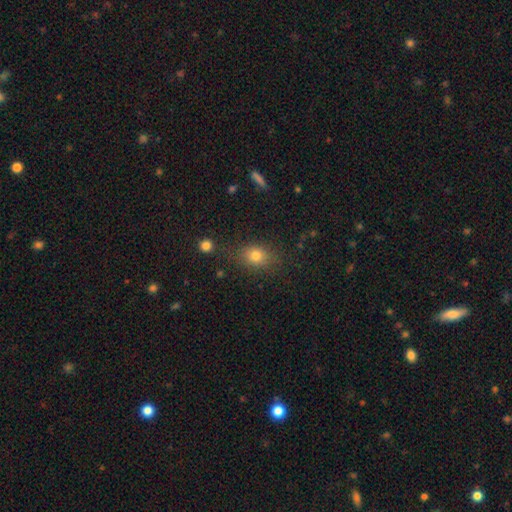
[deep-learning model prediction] A smooth galaxy with no disk features (77%) that is in between round and cigar-shaped (55%). Merging: none (79%).